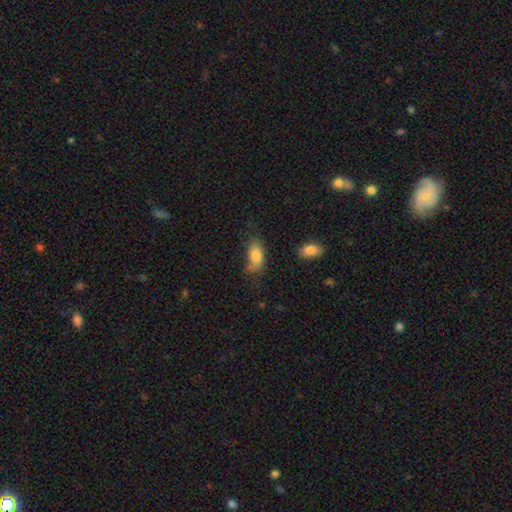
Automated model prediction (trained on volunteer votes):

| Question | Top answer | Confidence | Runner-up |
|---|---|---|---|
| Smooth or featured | smooth | 78% | featured or disk (14%) |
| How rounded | in between | 89% | cigar-shaped (6%) |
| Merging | none | 44% | minor disturbance (33%) |